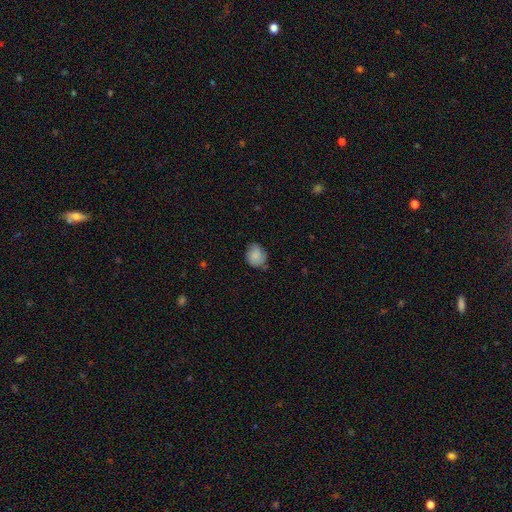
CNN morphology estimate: A smooth galaxy with no disk features (82%) that is round (68%).

Vote fractions:
- Smooth or featured? smooth: 82% / featured or disk: 11% / star or artifact: 8%
- How rounded? round: 68% / in between: 31% / cigar-shaped: 1%
- Merging? none: 65% / minor disturbance: 28% / major disturbance: 5% / merger: 2%